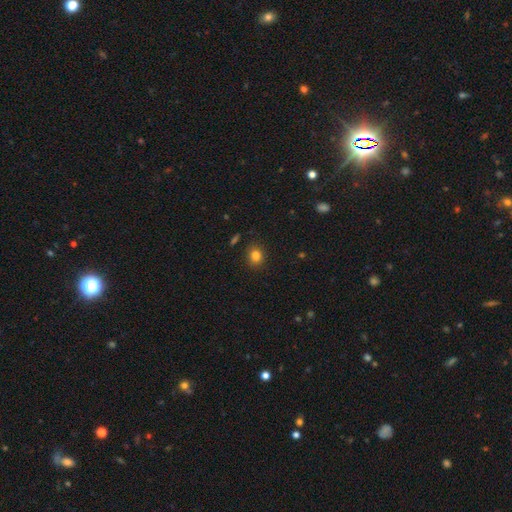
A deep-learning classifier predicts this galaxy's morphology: Overall: smooth (83%). How rounded: round (61%; in between 38%). Merging: none (87%).